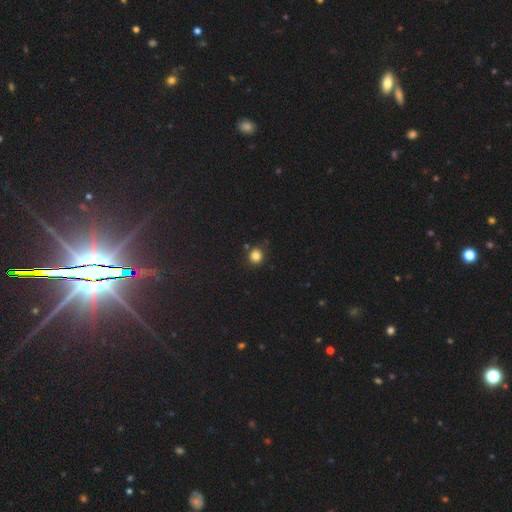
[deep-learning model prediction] This appears to be a smooth galaxy with no disk features (83%) that is round (91%). Merging: none (85%).